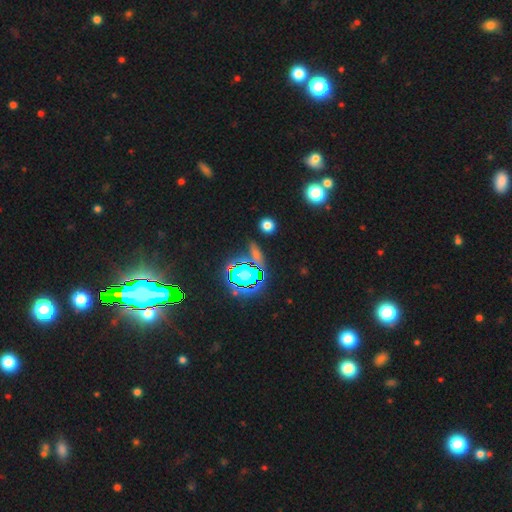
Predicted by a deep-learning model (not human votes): star or artifact 66%, smooth 22%, featured or disk 11%.